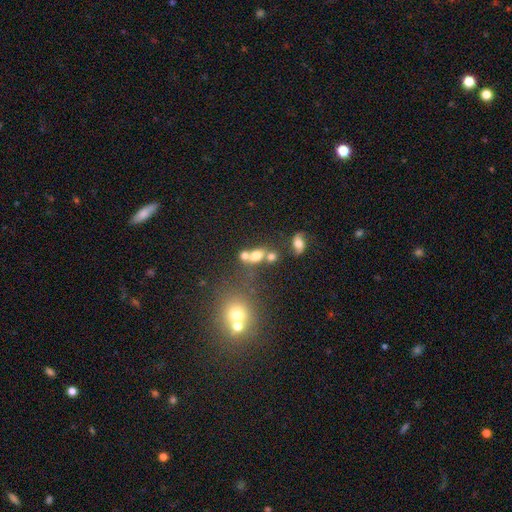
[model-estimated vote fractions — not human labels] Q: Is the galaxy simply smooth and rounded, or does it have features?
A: smooth — 67%.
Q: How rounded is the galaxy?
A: in between — 62%.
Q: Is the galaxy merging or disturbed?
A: merger — 44%.